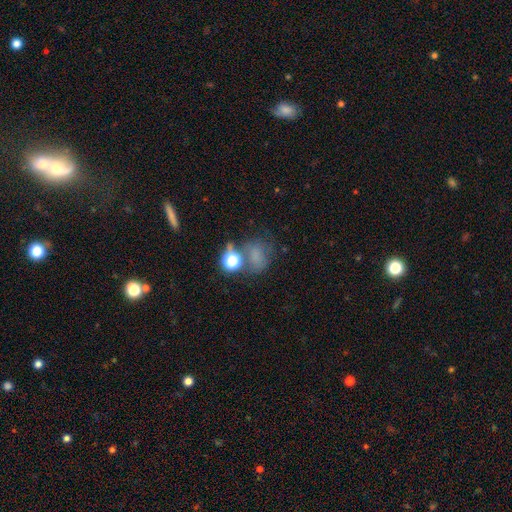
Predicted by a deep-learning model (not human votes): This appears to be a smooth galaxy with no disk features (60%) that is round (53%). Merging: none (44%).